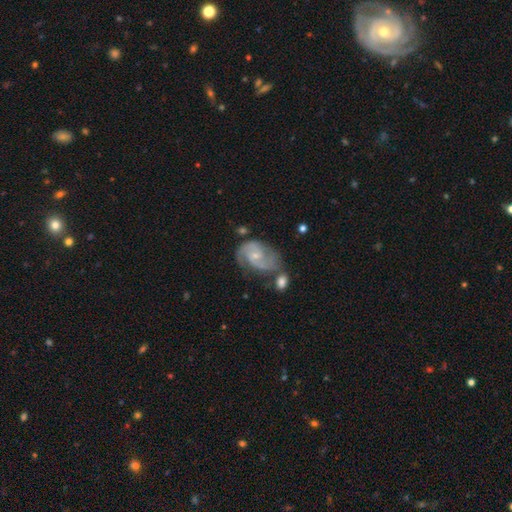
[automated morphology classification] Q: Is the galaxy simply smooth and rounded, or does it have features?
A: featured or disk — 80%.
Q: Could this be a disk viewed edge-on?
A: no — 97%.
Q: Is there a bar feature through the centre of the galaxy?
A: no — 57%.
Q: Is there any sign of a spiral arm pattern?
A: yes — 94%.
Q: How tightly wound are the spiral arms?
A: medium — 49%.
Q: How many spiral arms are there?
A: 2 — 75%.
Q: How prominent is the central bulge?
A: small — 68%.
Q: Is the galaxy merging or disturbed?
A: none — 49%.